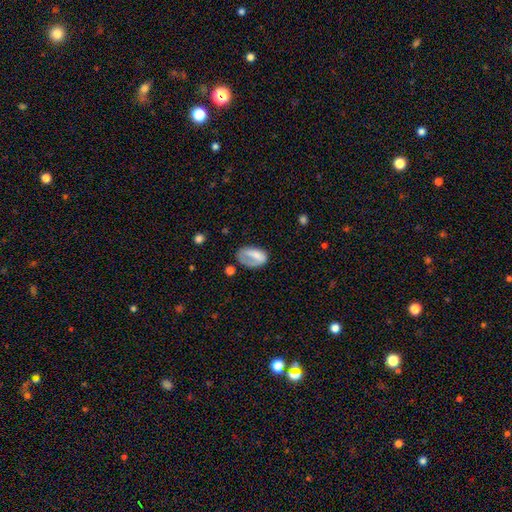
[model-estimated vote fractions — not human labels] This is likely a smooth galaxy (66%). How rounded: clearly in between (88%). Merging: marginally none (37%).